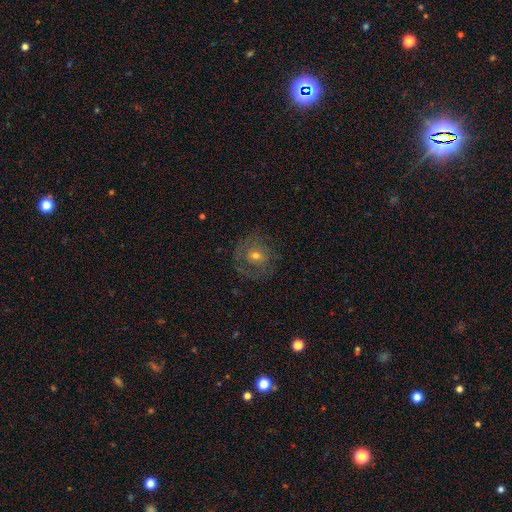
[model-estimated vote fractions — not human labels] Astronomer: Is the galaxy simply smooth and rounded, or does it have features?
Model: featured or disk — 54% (runner-up: smooth, 35%).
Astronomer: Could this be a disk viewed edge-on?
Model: no — 96%.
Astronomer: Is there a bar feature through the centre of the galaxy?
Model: no — 71%.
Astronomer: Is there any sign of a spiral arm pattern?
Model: yes — 60% (runner-up: no, 40%).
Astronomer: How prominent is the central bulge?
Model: moderate — 55% (runner-up: small, 39%).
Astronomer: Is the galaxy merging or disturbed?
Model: none — 73%.